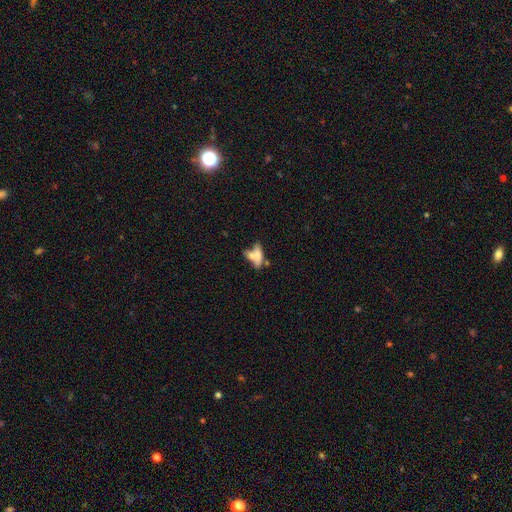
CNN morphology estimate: smooth_or_featured: smooth (p=0.56) [alt: featured or disk p=0.33]
how_rounded: in between (p=0.57) [alt: cigar-shaped p=0.37]
merging: merger (p=0.48) [alt: none p=0.29]